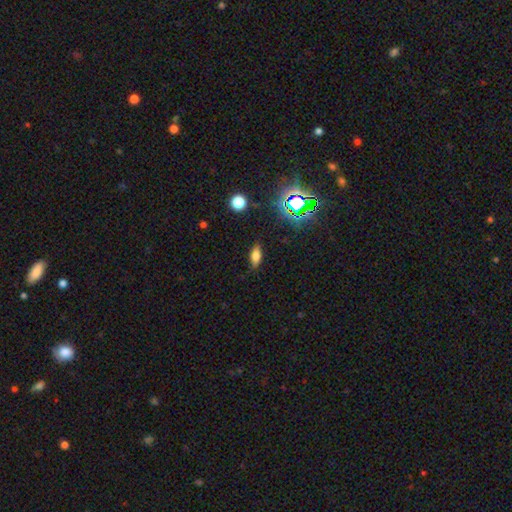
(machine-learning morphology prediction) Q: Smooth or featured?
A: smooth (69%); runner-up: featured or disk (16%)
Q: How rounded?
A: in between (78%); runner-up: cigar-shaped (17%)
Q: Merging?
A: none (83%); runner-up: minor disturbance (12%)